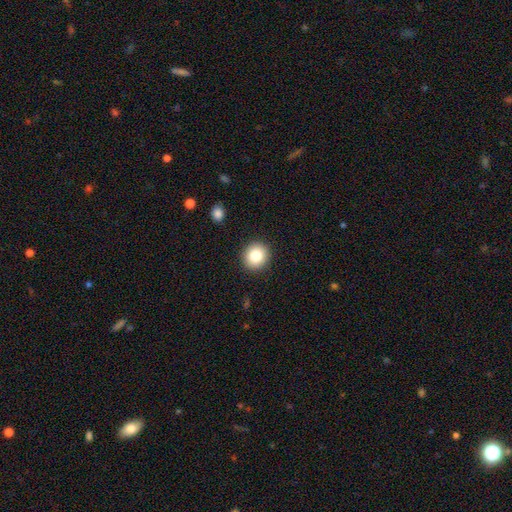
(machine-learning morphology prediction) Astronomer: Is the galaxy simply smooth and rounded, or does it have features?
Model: smooth — 82%.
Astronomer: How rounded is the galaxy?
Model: round — 86%.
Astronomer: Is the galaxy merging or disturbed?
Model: none — 91%.